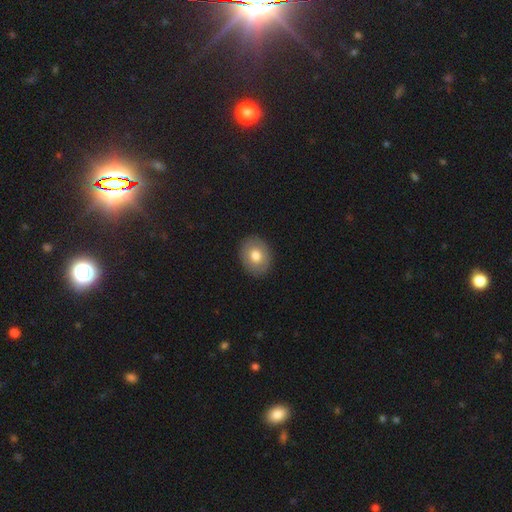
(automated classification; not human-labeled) Smooth or featured? smooth (74%)
How rounded? in between (53%)
Merging? none (90%)